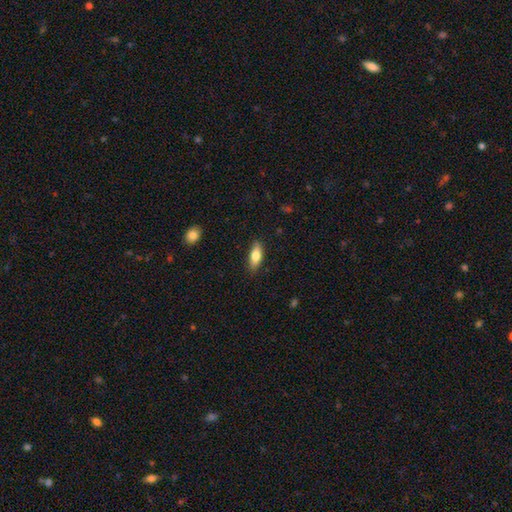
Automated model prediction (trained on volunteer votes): smooth_or_featured: smooth (p=0.75) [alt: featured or disk p=0.19]
how_rounded: in between (p=0.71) [alt: cigar-shaped p=0.27]
merging: none (p=0.83) [alt: minor disturbance p=0.13]